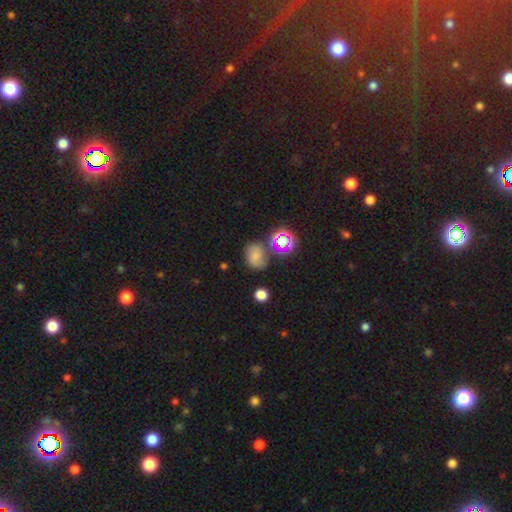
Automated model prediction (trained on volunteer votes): smooth 58%, star or artifact 25%, featured or disk 17%. Down the decision tree: how rounded — in between (55%); merging — none (58%).